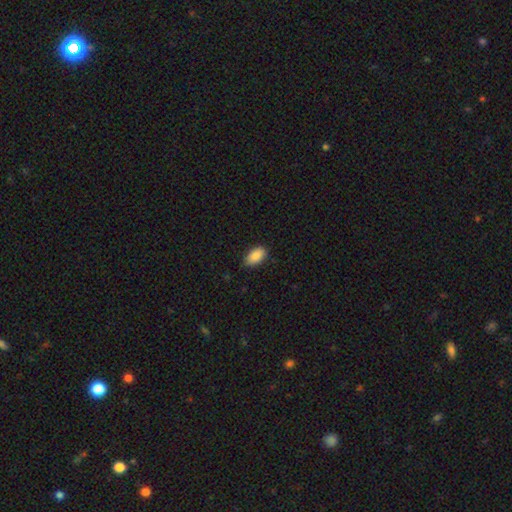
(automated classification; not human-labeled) A smooth galaxy with no disk features (88%) that is in between round and cigar-shaped (93%). Merging: none (76%).